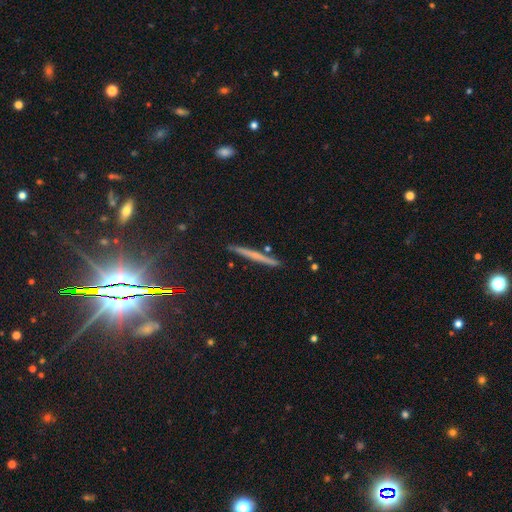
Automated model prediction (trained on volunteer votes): The model was most divided on "smooth or featured": smooth: 45%, featured or disk: 44%, star or artifact: 12%. More confident: merging — none (90%).